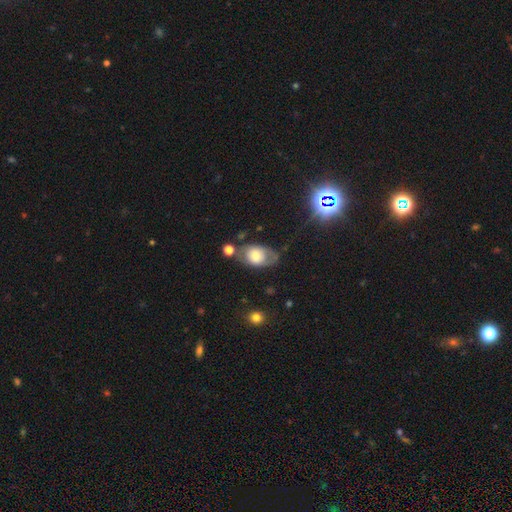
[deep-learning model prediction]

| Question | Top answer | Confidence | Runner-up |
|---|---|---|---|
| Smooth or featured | smooth | 57% | featured or disk (33%) |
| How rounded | in between | 82% | round (17%) |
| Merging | none | 52% | minor disturbance (24%) |